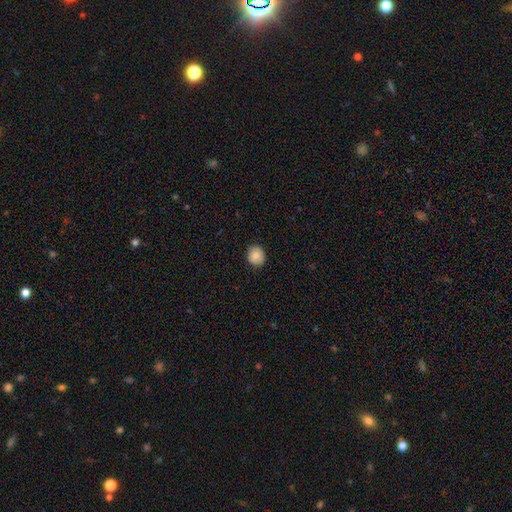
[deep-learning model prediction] A smooth galaxy with no disk features (87%) that is round (79%).

Vote fractions:
- Smooth or featured? smooth: 87% / star or artifact: 8% / featured or disk: 5%
- How rounded? round: 79% / in between: 20% / cigar-shaped: 1%
- Merging? none: 88% / minor disturbance: 9% / major disturbance: 2% / merger: 1%